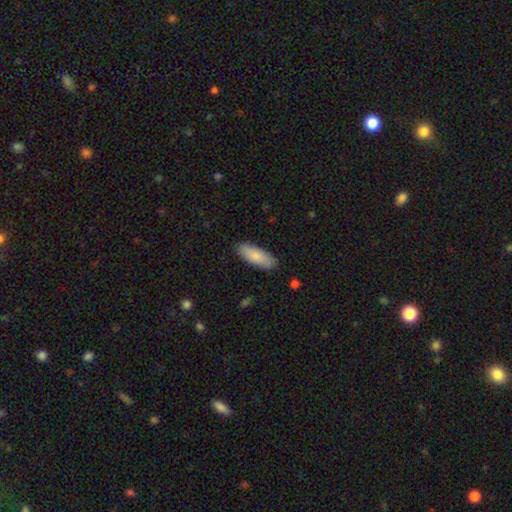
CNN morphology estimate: The model was most divided on "how rounded": in between: 73%, cigar-shaped: 25%, round: 2%. More confident: merging — none (87%); smooth or featured — smooth (83%).